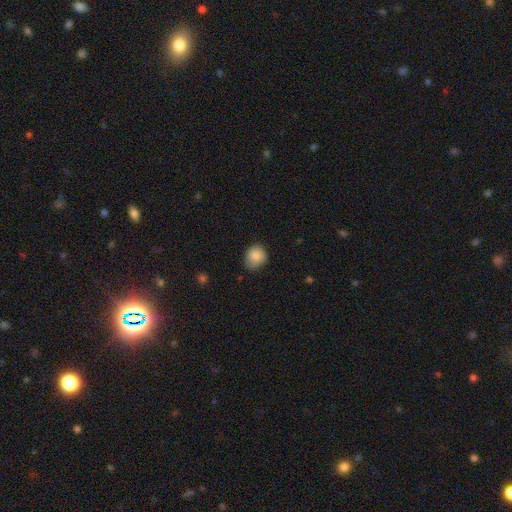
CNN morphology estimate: Smooth or featured?
  - smooth: 85% *
  - star or artifact: 8%
  - featured or disk: 7%
How rounded?
  - round: 67% *
  - in between: 32%
  - cigar-shaped: 1%
Merging?
  - none: 64% *
  - minor disturbance: 29%
  - major disturbance: 5%
  - merger: 1%